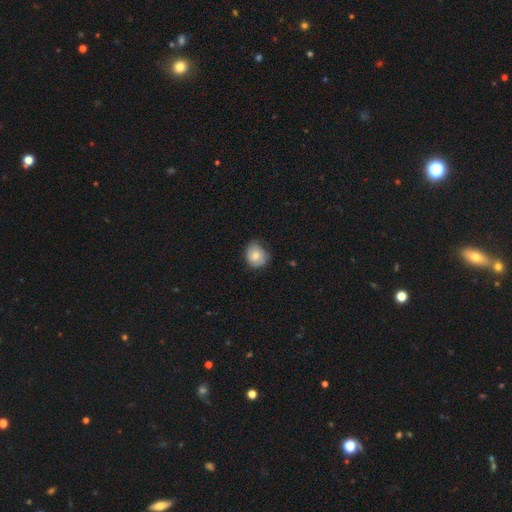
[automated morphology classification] Smooth or featured: smooth — 73% (featured or disk — 20%)
How rounded: round — 69% (in between — 31%)
Merging: none — 61% (minor disturbance — 32%)